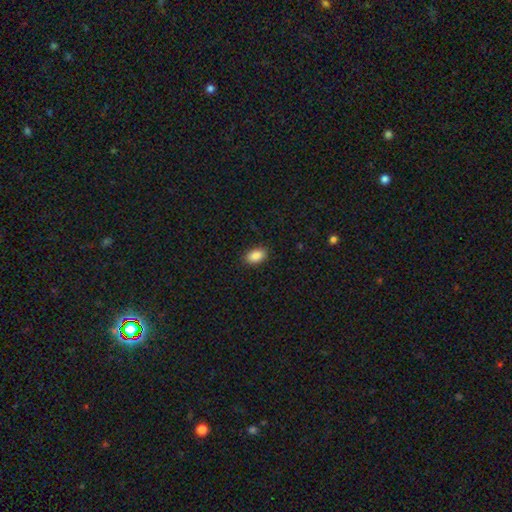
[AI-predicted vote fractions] The model was most divided on "smooth or featured": smooth: 89%, star or artifact: 8%, featured or disk: 4%. More confident: how rounded — in between (91%); merging — none (89%).